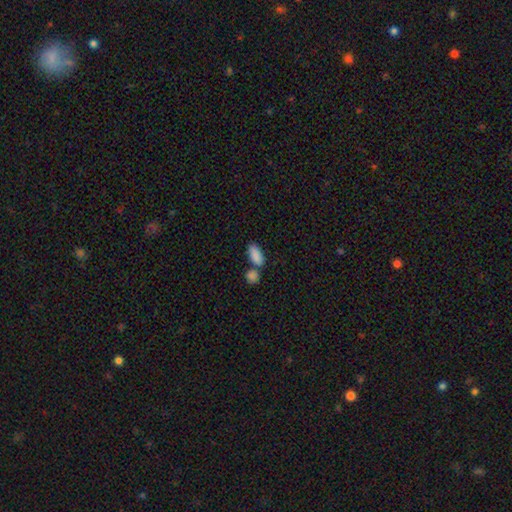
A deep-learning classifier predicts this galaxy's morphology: The model was most divided on "merging": none: 52%, merger: 32%, minor disturbance: 12%, major disturbance: 4%. More confident: how rounded — in between (88%); smooth or featured — smooth (88%).